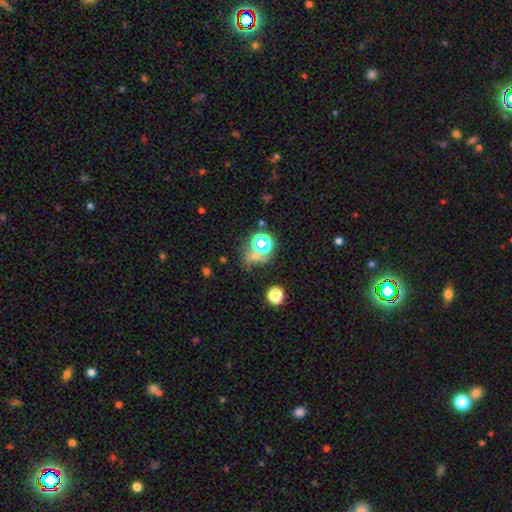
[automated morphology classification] This appears to be a star or artifact, not a galaxy (50%).